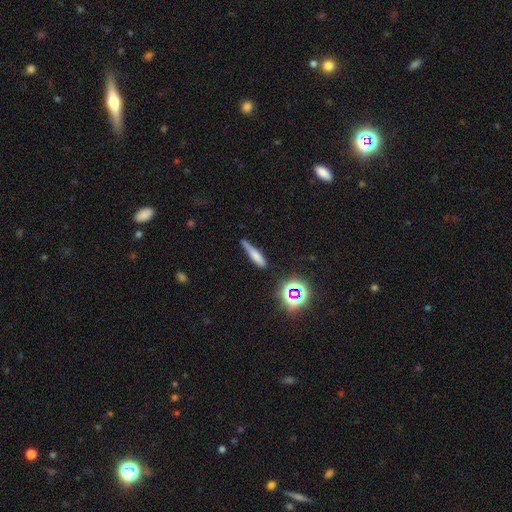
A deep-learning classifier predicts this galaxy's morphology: Q: Smooth or featured?
A: smooth (64%); runner-up: featured or disk (20%)
Q: How rounded?
A: cigar-shaped (82%); runner-up: in between (14%)
Q: Merging?
A: none (60%); runner-up: minor disturbance (27%)